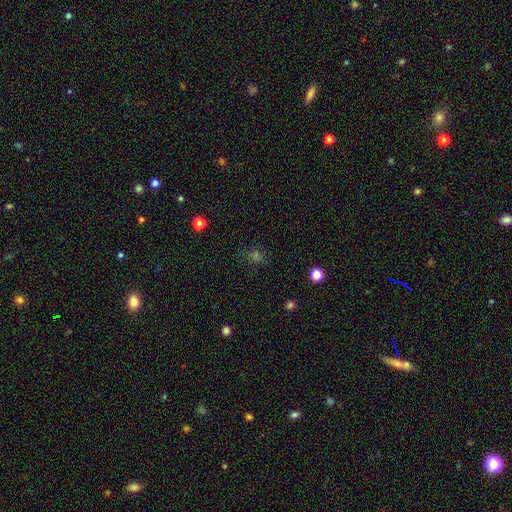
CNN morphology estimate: smooth_or_featured: smooth (p=0.54) [alt: star or artifact p=0.35]
how_rounded: round (p=0.60) [alt: in between p=0.38]
merging: none (p=0.75) [alt: minor disturbance p=0.15]